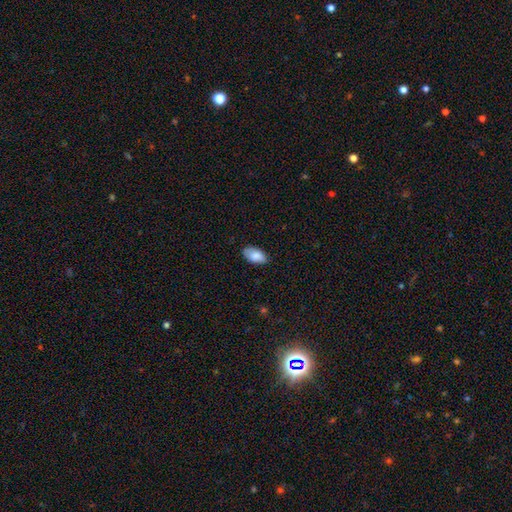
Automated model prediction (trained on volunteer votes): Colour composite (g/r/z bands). It shows a smooth galaxy with no disk features (84%) that is in between round and cigar-shaped (95%). Merging: none (78%).